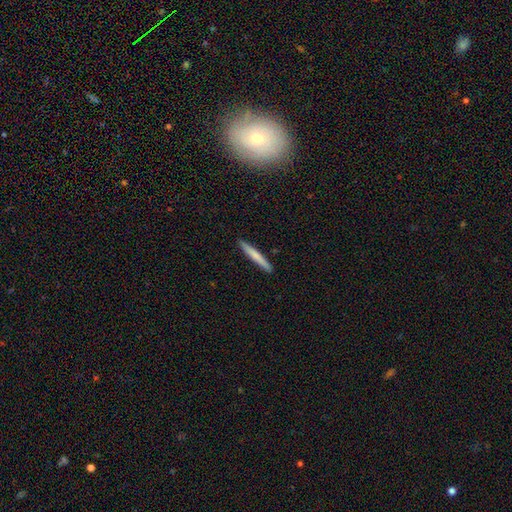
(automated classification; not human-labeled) smooth_or_featured: smooth (p=0.71) [alt: featured or disk p=0.24]
how_rounded: cigar-shaped (p=0.96) [alt: in between p=0.03]
merging: none (p=0.91) [alt: minor disturbance p=0.06]